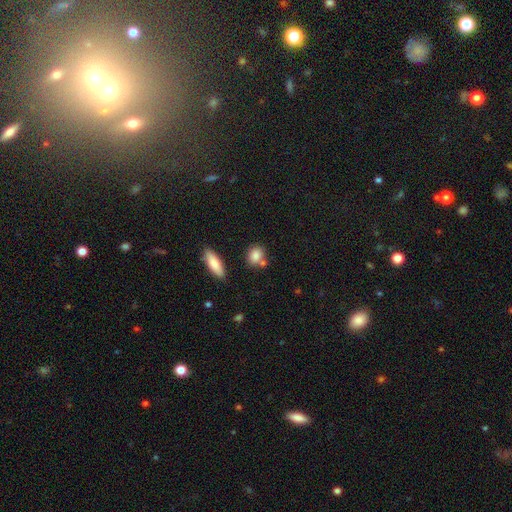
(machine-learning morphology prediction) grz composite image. It shows a smooth galaxy with no disk features (84%) that is round (54%). Merging: none (65%).